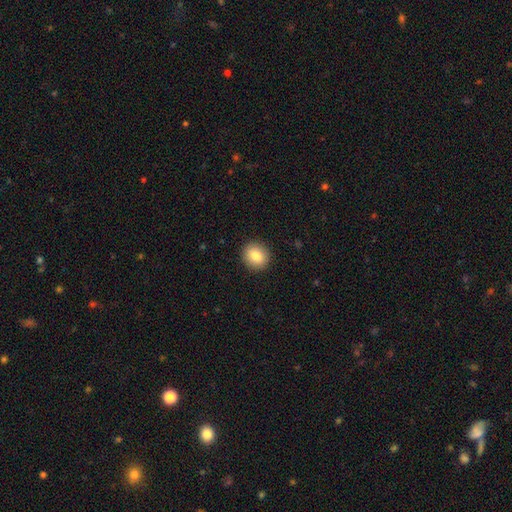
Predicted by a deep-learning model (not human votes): A smooth galaxy with no disk features (84%) that is round (79%).

Vote fractions:
- Smooth or featured? smooth: 84% / star or artifact: 8% / featured or disk: 8%
- How rounded? round: 79% / in between: 20% / cigar-shaped: 1%
- Merging? none: 91% / minor disturbance: 6% / major disturbance: 2% / merger: 1%